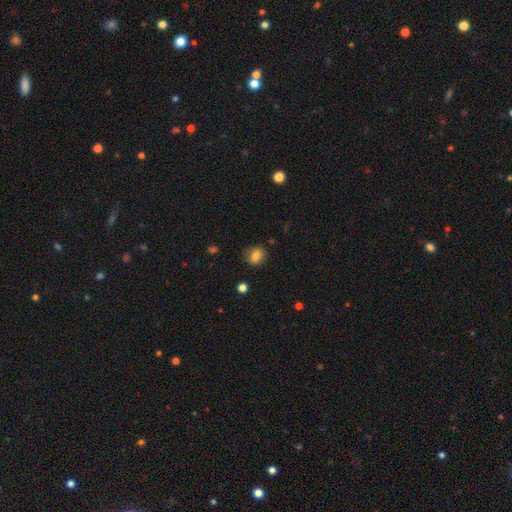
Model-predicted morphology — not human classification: type=smooth (81%); roundness=round (58%); merging=none (76%).